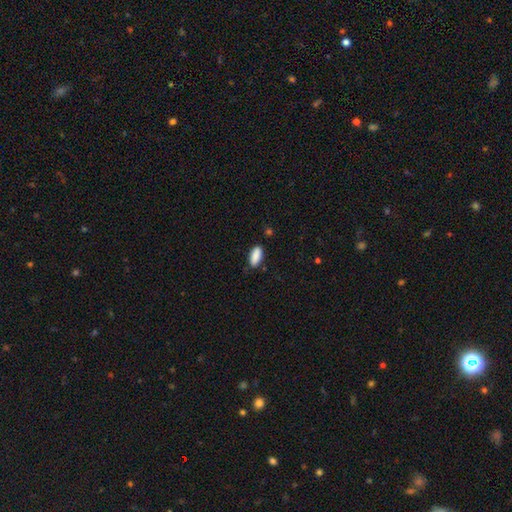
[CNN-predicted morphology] Q: Smooth or featured?
A: smooth (89%); runner-up: star or artifact (6%)
Q: How rounded?
A: in between (82%); runner-up: cigar-shaped (16%)
Q: Merging?
A: none (82%); runner-up: minor disturbance (14%)